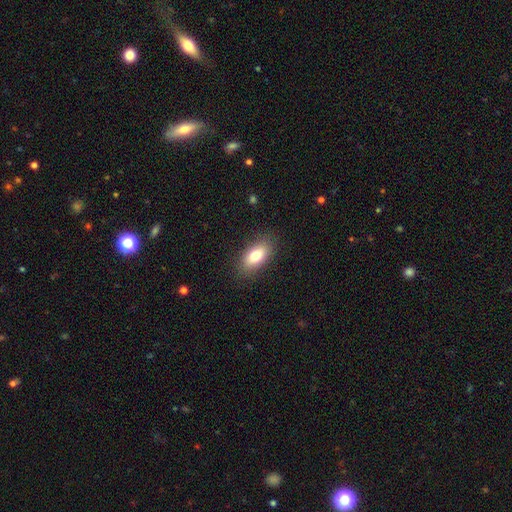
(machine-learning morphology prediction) Smooth or featured? Predicted: smooth (p=0.80). How rounded? Predicted: in between (p=0.88). Merging? Predicted: none (p=0.86).